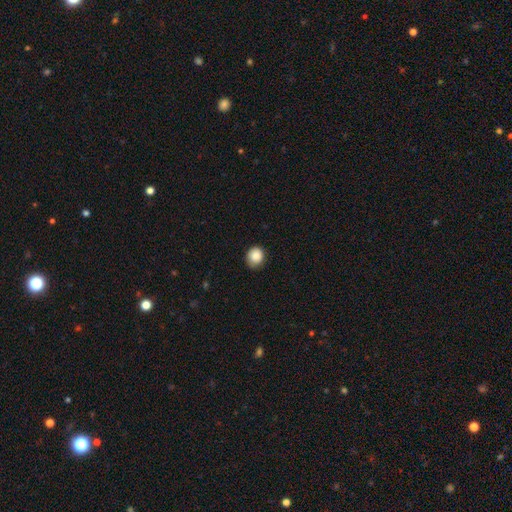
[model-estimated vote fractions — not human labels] Smooth or featured? smooth (86%)
How rounded? round (75%)
Merging? none (76%)